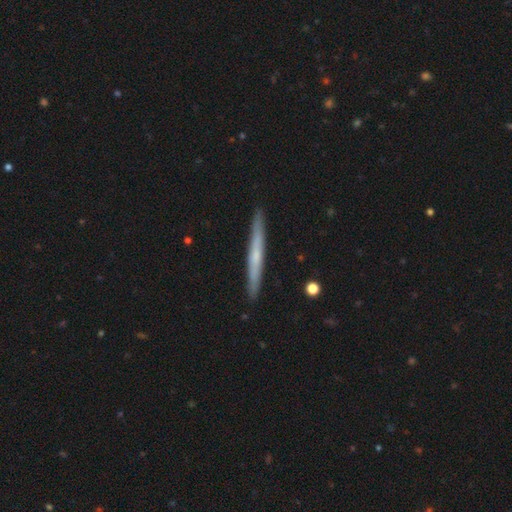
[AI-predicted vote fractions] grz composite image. It shows a featured or disk galaxy (49%). Merging: none (92%).